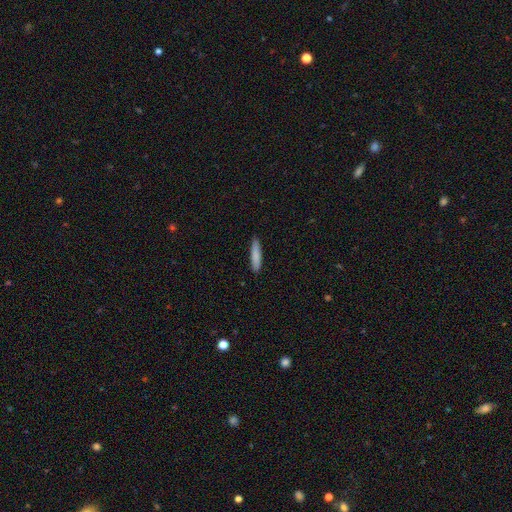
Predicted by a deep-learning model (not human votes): smooth-or-featured: smooth: 83% | featured or disk: 11% | star or artifact: 6%
  how-rounded: cigar-shaped: 87% | in between: 11% | round: 1%
  merging: none: 90% | minor disturbance: 8% | major disturbance: 2% | merger: 1%